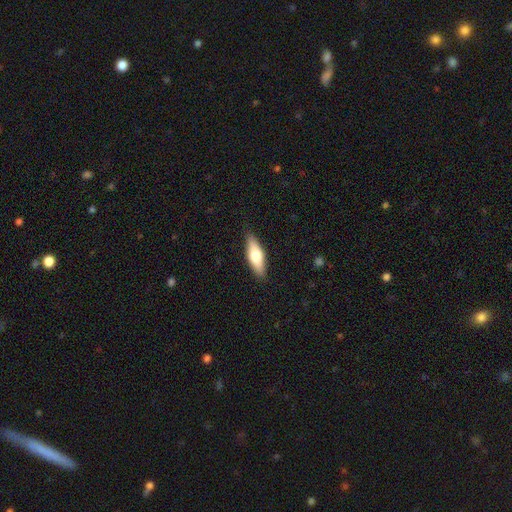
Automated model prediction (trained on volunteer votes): smooth_or_featured: smooth (p=0.63) [alt: featured or disk p=0.31]
how_rounded: in between (p=0.59) [alt: cigar-shaped p=0.39]
merging: none (p=0.88) [alt: minor disturbance p=0.10]